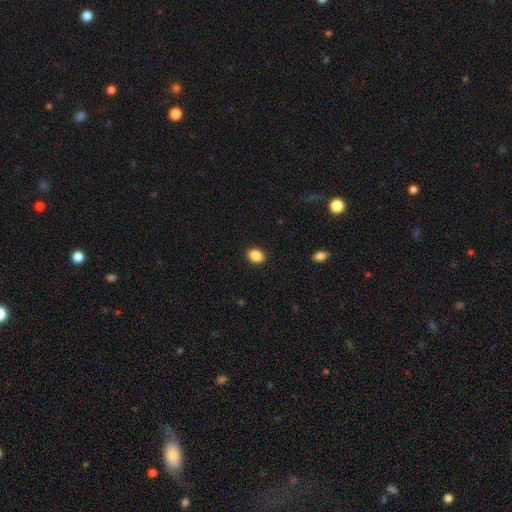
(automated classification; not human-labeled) Morphology: type=smooth (88%); roundness=in between (69%); merging=none (90%).